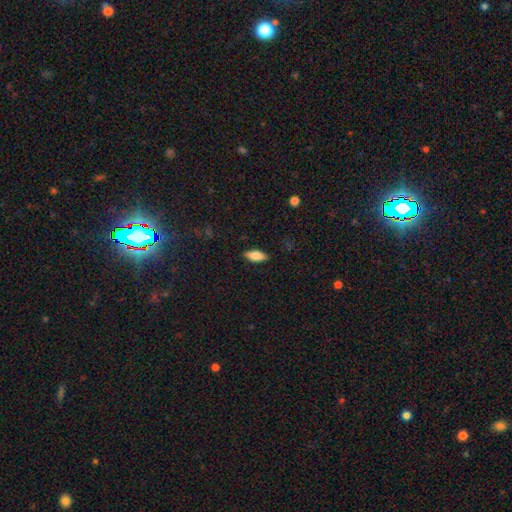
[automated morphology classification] Q: Smooth or featured?
A: smooth (75%); runner-up: featured or disk (18%)
Q: How rounded?
A: in between (79%); runner-up: cigar-shaped (19%)
Q: Merging?
A: none (87%); runner-up: minor disturbance (10%)